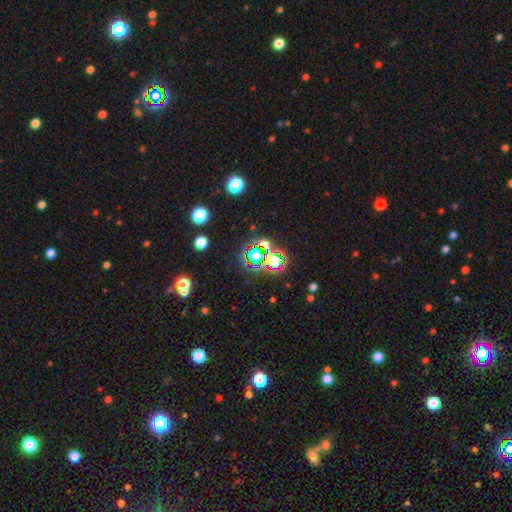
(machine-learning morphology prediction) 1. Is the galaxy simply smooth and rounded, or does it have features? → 67% star or artifact, 22% smooth, 12% featured or disk.